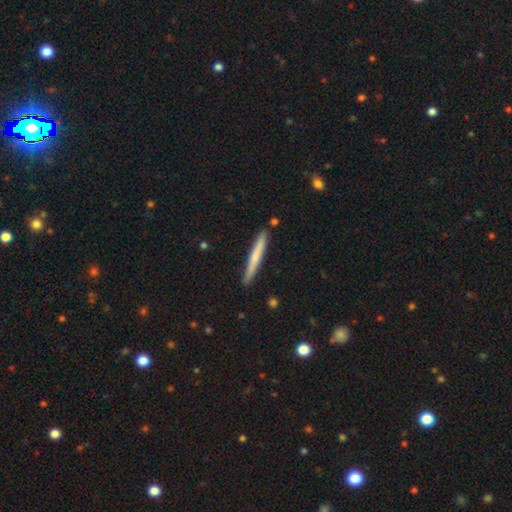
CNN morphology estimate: smooth_or_featured: smooth (p=0.61) [alt: featured or disk p=0.33]
how_rounded: cigar-shaped (p=0.97) [alt: in between p=0.02]
merging: none (p=0.89) [alt: minor disturbance p=0.08]